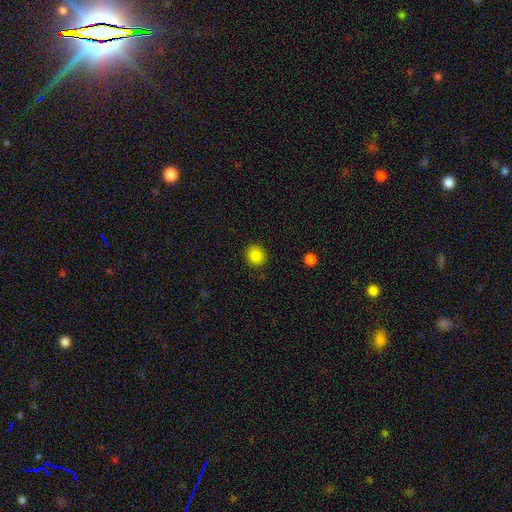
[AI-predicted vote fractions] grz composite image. It shows a smooth galaxy with no disk features (86%) that is round (89%). Merging: none (90%).